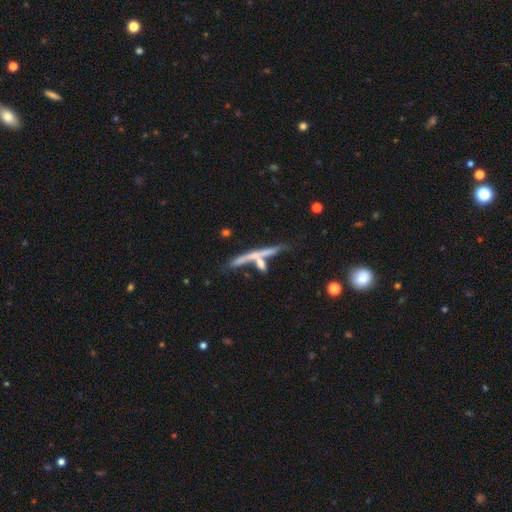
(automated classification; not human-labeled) Smooth or featured?
  - featured or disk: 56% *
  - smooth: 36%
  - star or artifact: 8%
Edge-on disk?
  - yes: 92% *
  - no: 8%
Edge-on bulge?
  - none: 67% *
  - rounded: 27%
  - boxy: 6%
Merging?
  - none: 59% *
  - merger: 24%
  - minor disturbance: 12%
  - major disturbance: 5%